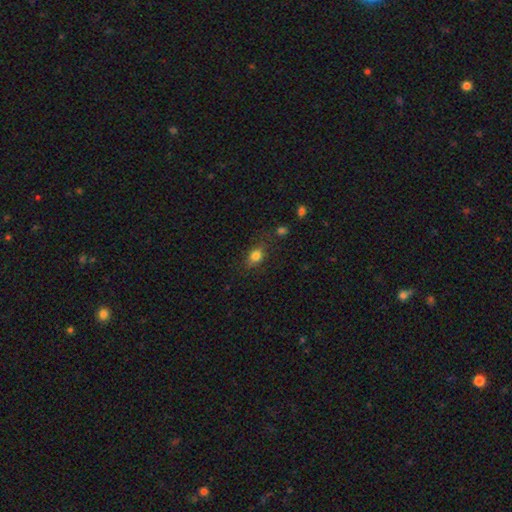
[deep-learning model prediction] This appears to be a smooth galaxy with no disk features (81%) that is in between round and cigar-shaped (62%). Merging: none (73%).